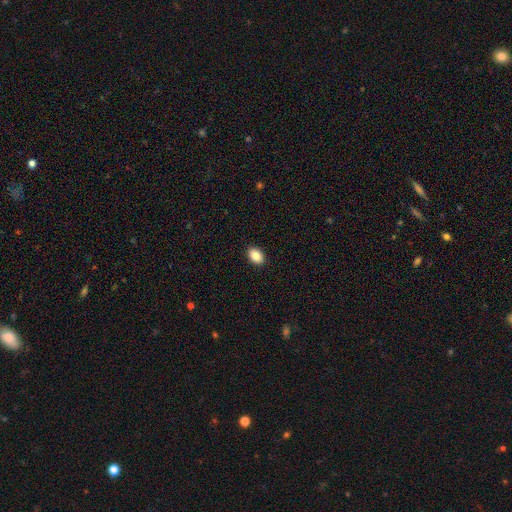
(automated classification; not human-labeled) smooth_or_featured: smooth (p=0.88) [alt: star or artifact p=0.08]
how_rounded: in between (p=0.80) [alt: round p=0.19]
merging: none (p=0.91) [alt: minor disturbance p=0.07]